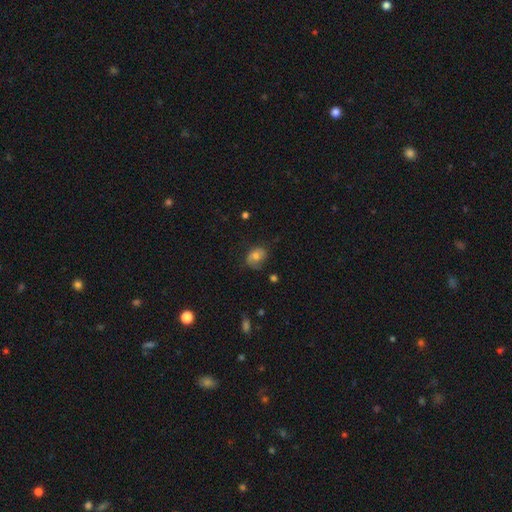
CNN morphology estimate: A smooth galaxy with no disk features (66%) that is in between round and cigar-shaped (63%). Merging: none (58%).